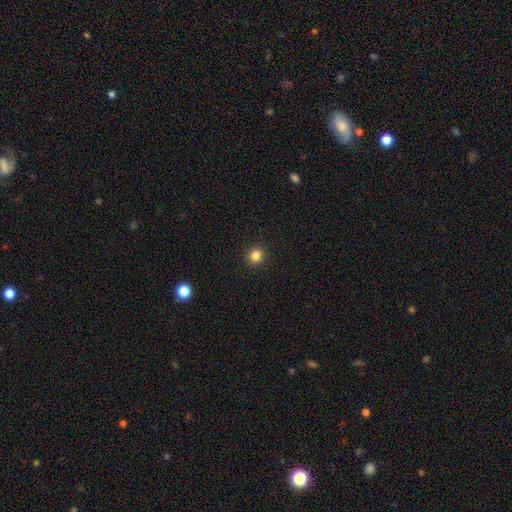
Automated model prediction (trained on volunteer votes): A smooth galaxy with no disk features (84%) that is round (90%). Merging: none (92%).